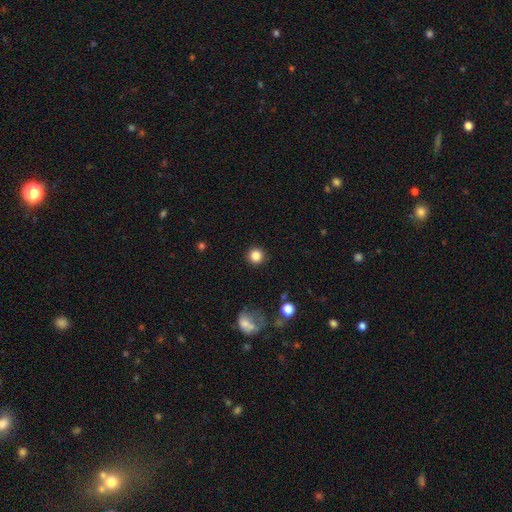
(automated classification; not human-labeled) This is clearly a smooth galaxy (85%). How rounded: clearly round (94%). Merging: clearly none (91%).